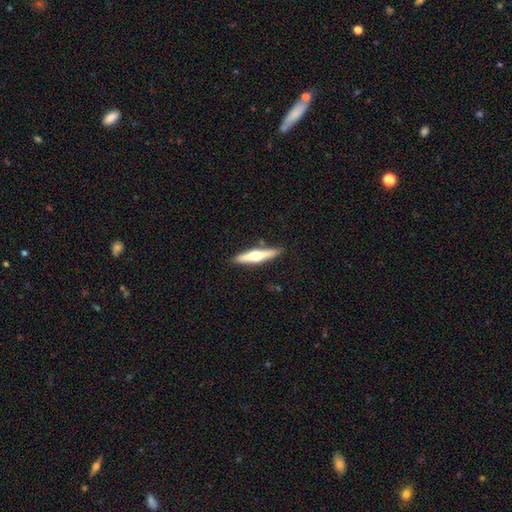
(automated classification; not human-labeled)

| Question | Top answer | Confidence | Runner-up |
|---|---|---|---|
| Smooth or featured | featured or disk | 61% | smooth (34%) |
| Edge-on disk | yes | 96% | no (4%) |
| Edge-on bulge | rounded | 94% | boxy (3%) |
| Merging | none | 88% | minor disturbance (8%) |